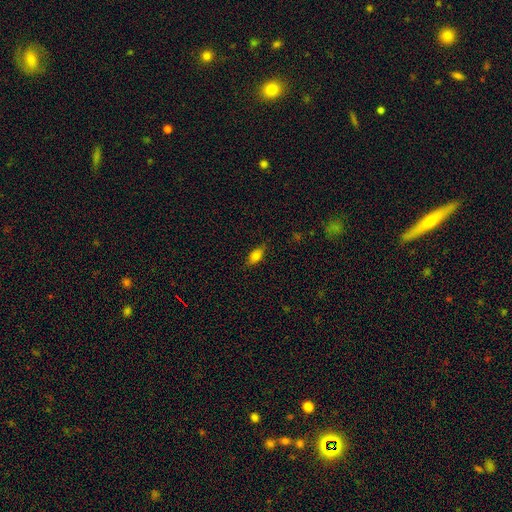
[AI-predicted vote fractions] Smooth or featured? smooth (79%)
How rounded? in between (84%)
Merging? none (81%)